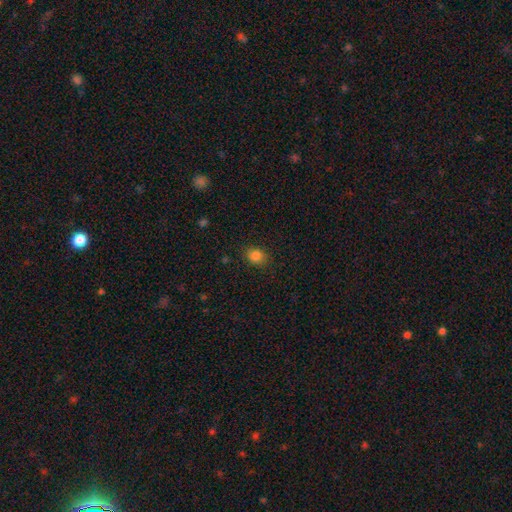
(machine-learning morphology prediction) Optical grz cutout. It shows a smooth galaxy with no disk features (83%) that is round (61%). Merging: none (86%).